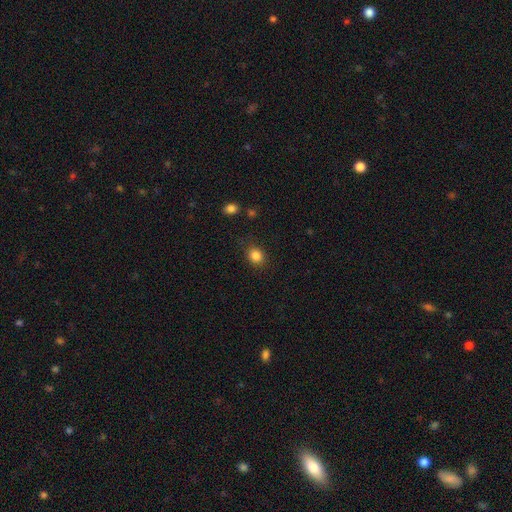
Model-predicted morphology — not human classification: Smooth or featured?
  - smooth: 85% *
  - star or artifact: 11%
  - featured or disk: 4%
How rounded?
  - round: 64% *
  - in between: 35%
  - cigar-shaped: 1%
Merging?
  - none: 83% *
  - minor disturbance: 12%
  - major disturbance: 4%
  - merger: 2%